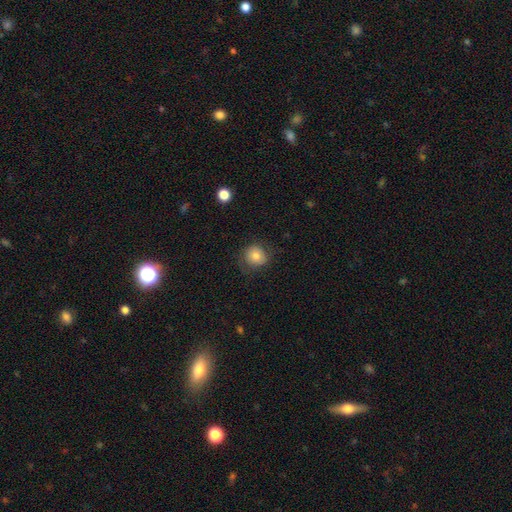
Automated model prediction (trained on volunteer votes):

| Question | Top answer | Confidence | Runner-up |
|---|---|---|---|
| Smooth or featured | smooth | 79% | featured or disk (12%) |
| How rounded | round | 83% | in between (16%) |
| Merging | none | 75% | minor disturbance (17%) |